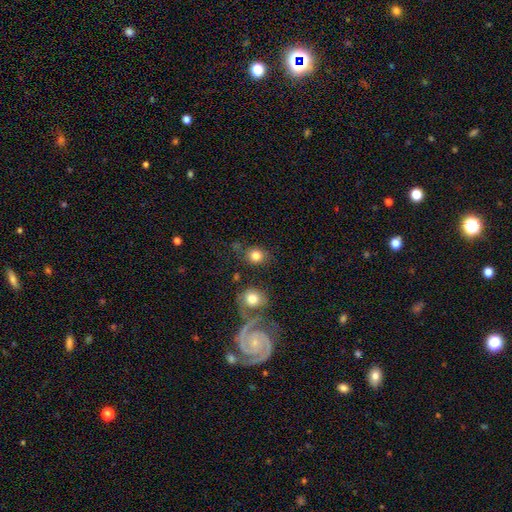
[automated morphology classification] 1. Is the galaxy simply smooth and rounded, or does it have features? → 81% smooth, 11% star or artifact, 8% featured or disk.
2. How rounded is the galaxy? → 68% round, 31% in between, 1% cigar-shaped.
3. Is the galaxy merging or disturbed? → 72% none, 13% minor disturbance, 10% merger, 5% major disturbance.